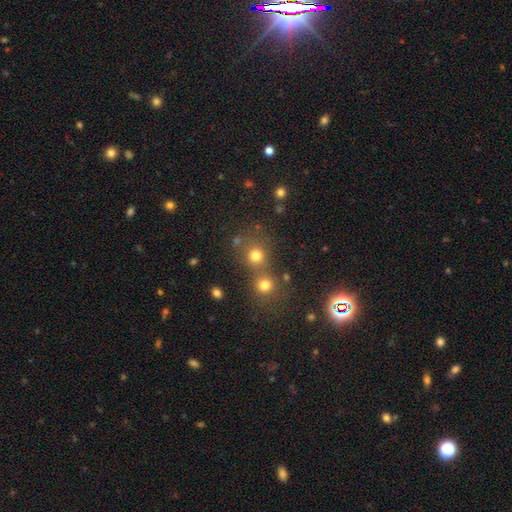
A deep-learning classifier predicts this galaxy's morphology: The model was most divided on "merging": none: 56%, merger: 33%, minor disturbance: 7%, major disturbance: 4%. More confident: how rounded — round (87%); smooth or featured — smooth (75%).